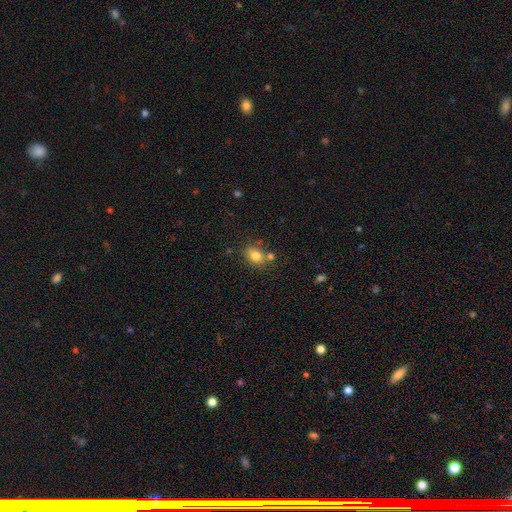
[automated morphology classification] smooth 80%, star or artifact 12%, featured or disk 9%. Down the decision tree: how rounded — in between (57%); merging — none (67%).